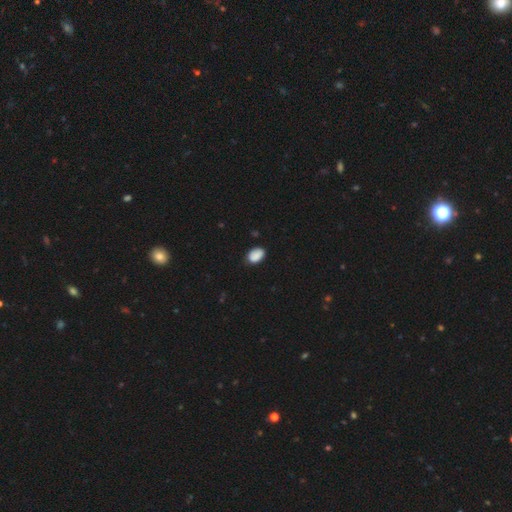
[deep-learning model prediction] This is clearly a smooth galaxy (88%). How rounded: clearly in between (86%). Merging: likely none (79%).